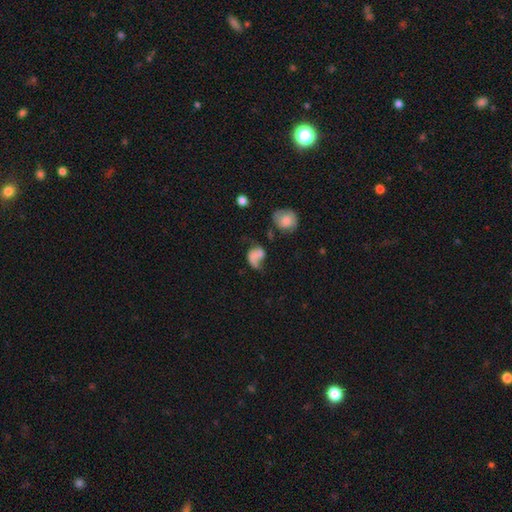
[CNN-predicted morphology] Smooth or featured? Predicted: smooth (p=0.48). Merging? Predicted: major disturbance (p=0.35).